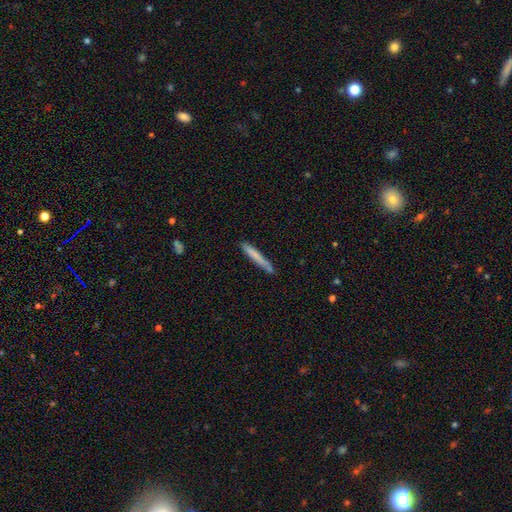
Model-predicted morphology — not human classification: A smooth galaxy with no disk features (71%) that is cigar-shaped (96%).

Vote fractions:
- Smooth or featured? smooth: 71% / featured or disk: 22% / star or artifact: 6%
- How rounded? cigar-shaped: 96% / in between: 3% / round: 1%
- Merging? none: 80% / minor disturbance: 15% / merger: 3% / major disturbance: 3%